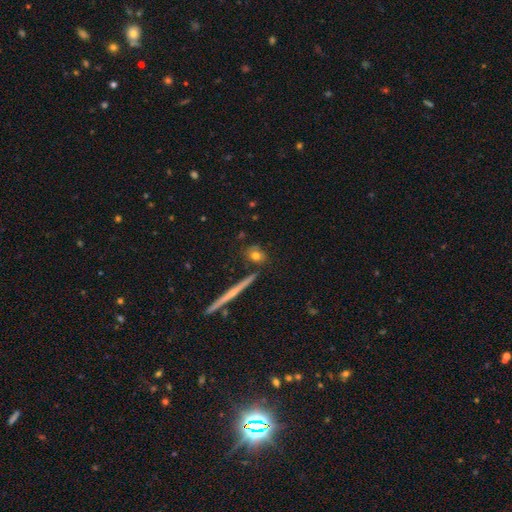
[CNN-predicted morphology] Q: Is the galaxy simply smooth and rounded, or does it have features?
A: smooth — 68%.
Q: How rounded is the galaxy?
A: round — 50%.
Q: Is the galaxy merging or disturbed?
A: none — 76%.